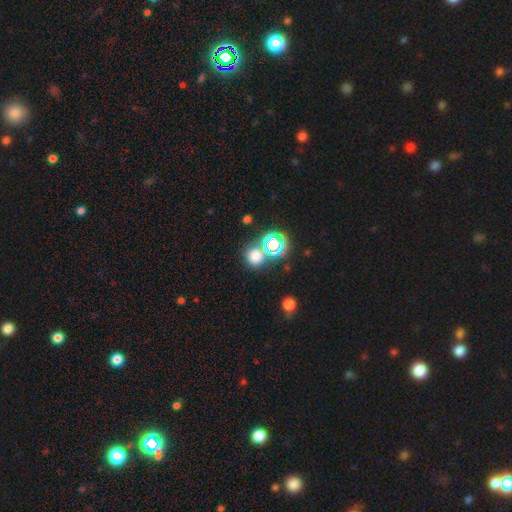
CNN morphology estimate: A smooth galaxy with no disk features (62%) that is round (82%).

Vote fractions:
- Smooth or featured? smooth: 62% / star or artifact: 31% / featured or disk: 7%
- How rounded? round: 82% / in between: 17% / cigar-shaped: 1%
- Merging? none: 66% / merger: 21% / minor disturbance: 9% / major disturbance: 4%